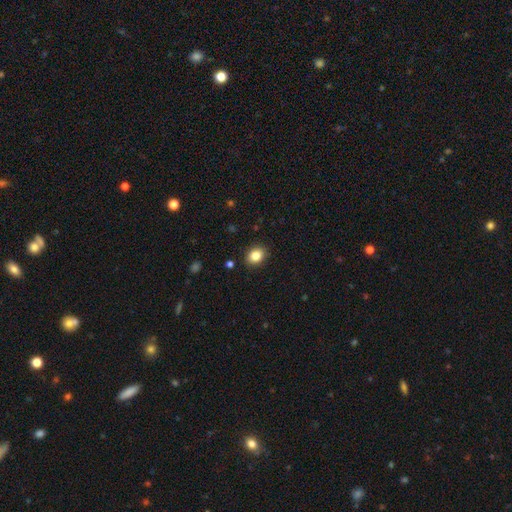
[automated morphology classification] smooth_or_featured: smooth (p=0.85) [alt: star or artifact p=0.10]
how_rounded: in between (p=0.55) [alt: round p=0.44]
merging: none (p=0.89) [alt: minor disturbance p=0.08]